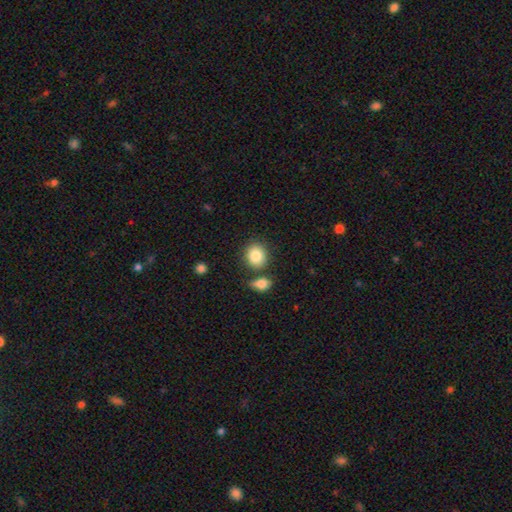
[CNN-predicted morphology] This is clearly a smooth galaxy (85%). How rounded: likely round (74%). Merging: likely none (71%).